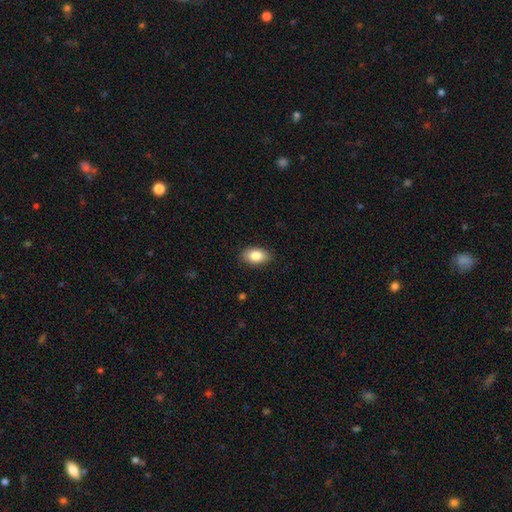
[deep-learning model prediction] Smooth or featured? smooth (85%)
How rounded? in between (90%)
Merging? none (87%)